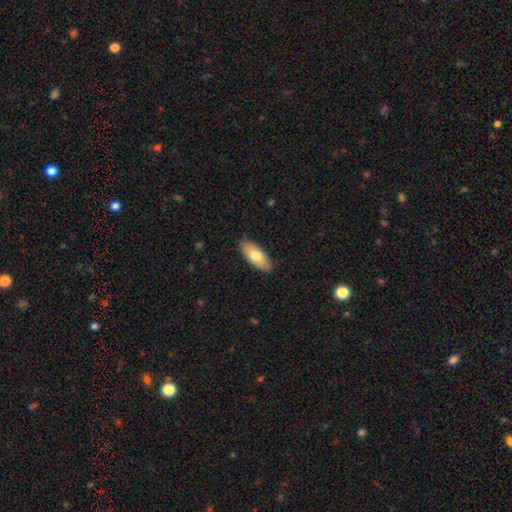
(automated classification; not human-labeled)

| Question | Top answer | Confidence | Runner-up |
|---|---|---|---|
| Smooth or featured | smooth | 72% | featured or disk (22%) |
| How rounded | in between | 84% | cigar-shaped (14%) |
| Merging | none | 88% | minor disturbance (9%) |